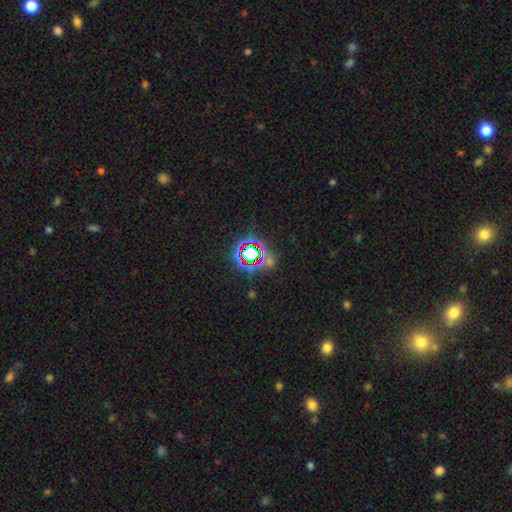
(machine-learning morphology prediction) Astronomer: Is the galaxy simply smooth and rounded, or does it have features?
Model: star or artifact — 70%.